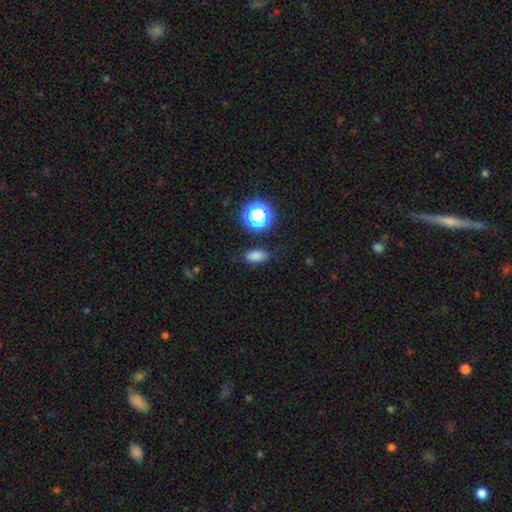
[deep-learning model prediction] Smooth or featured? Predicted: smooth (p=0.78). How rounded? Predicted: in between (p=0.84). Merging? Predicted: none (p=0.83).